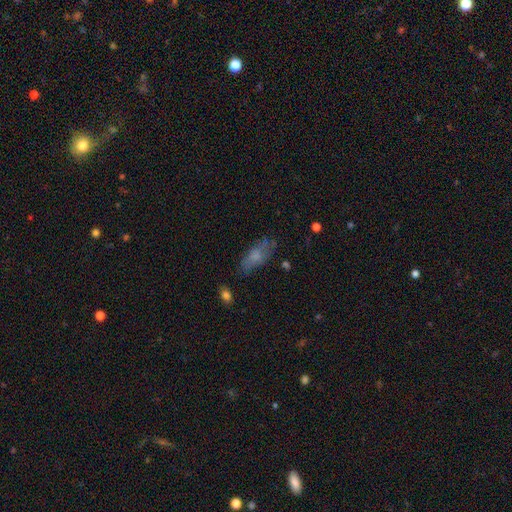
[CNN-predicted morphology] smooth 63%, featured or disk 26%, star or artifact 10%. Down the decision tree: how rounded — in between (76%); merging — none (62%).